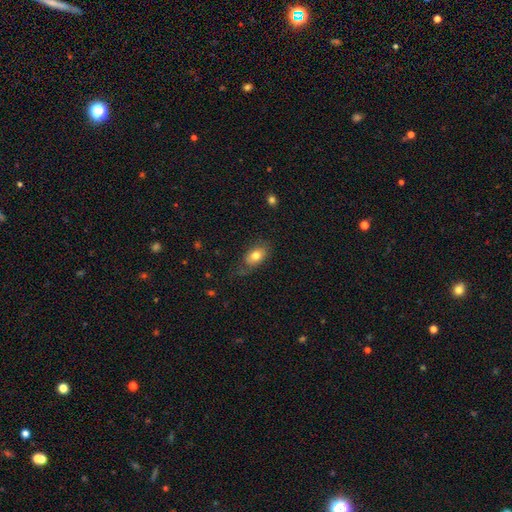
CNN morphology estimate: smooth-or-featured: smooth: 75% | featured or disk: 17% | star or artifact: 8%
  how-rounded: in between: 87% | round: 10% | cigar-shaped: 3%
  merging: none: 63% | minor disturbance: 25% | major disturbance: 10% | merger: 2%